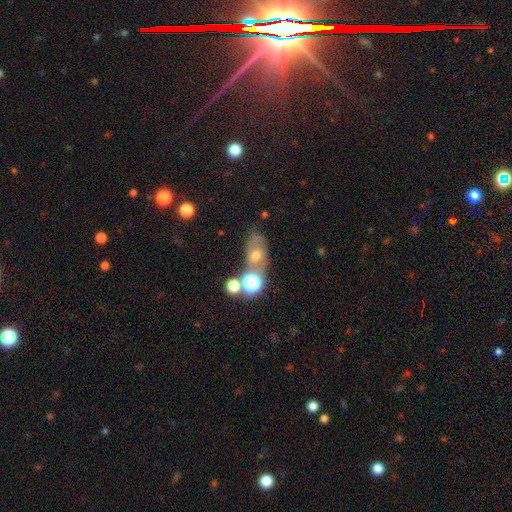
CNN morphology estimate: smooth-or-featured: featured or disk: 40% | smooth: 39% | star or artifact: 20%
  merging: none: 51% | merger: 20% | minor disturbance: 18% | major disturbance: 10%